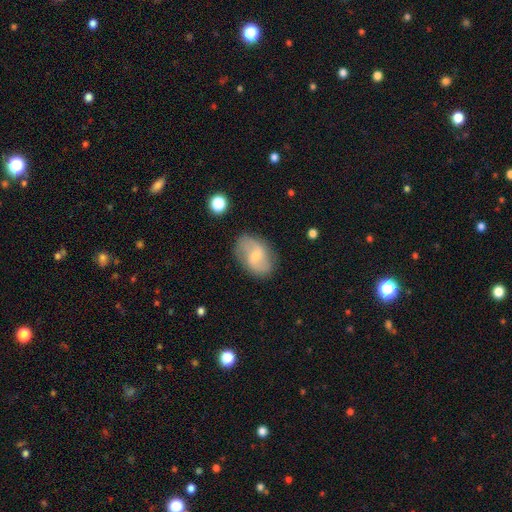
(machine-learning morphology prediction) featured or disk 60%, smooth 33%, star or artifact 7%. Down the decision tree: edge-on disk — no (96%); bar — weak (48%); spiral arms — yes (84%); bulge size — small (58%); merging — none (78%).